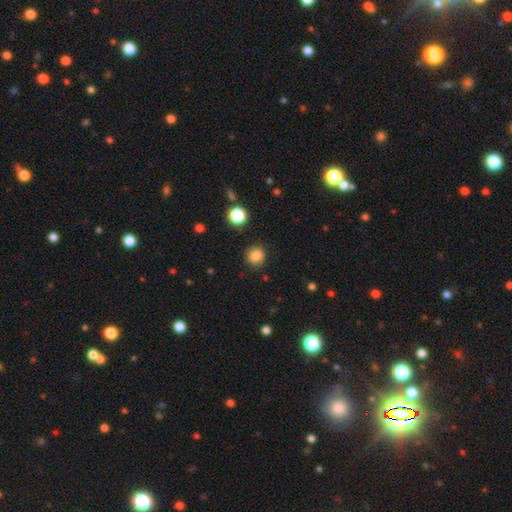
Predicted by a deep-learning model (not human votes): Smooth or featured? smooth (83%)
How rounded? round (89%)
Merging? none (86%)